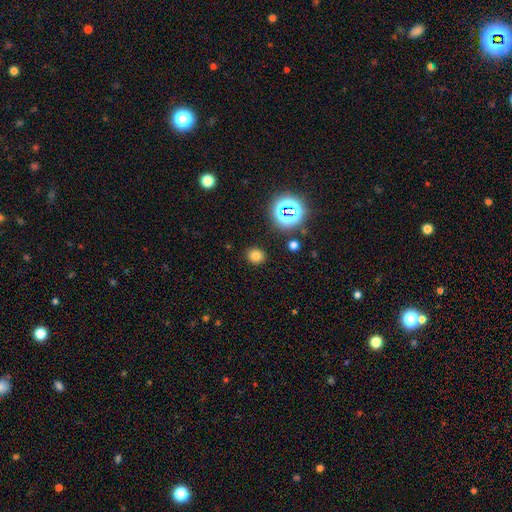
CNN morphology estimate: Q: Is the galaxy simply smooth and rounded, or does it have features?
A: smooth — 74%.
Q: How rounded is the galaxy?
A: round — 82%.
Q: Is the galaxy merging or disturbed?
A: none — 89%.